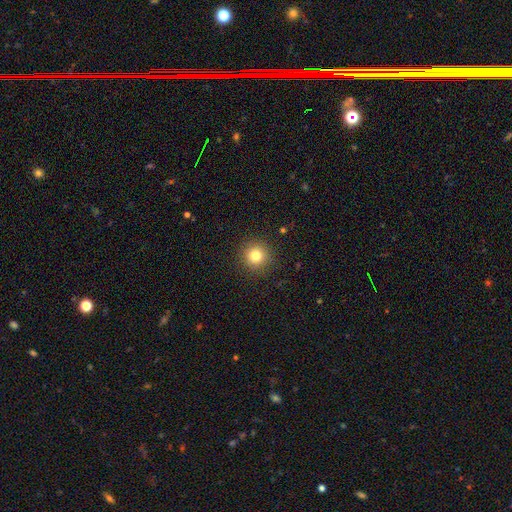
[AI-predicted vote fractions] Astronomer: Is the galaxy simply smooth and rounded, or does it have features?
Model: smooth — 81%.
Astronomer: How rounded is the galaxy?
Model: round — 95%.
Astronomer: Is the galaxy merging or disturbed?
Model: none — 91%.